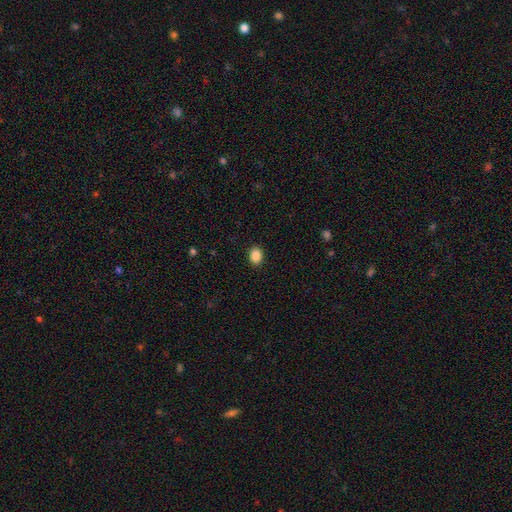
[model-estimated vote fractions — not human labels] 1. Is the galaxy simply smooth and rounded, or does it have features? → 88% smooth, 9% star or artifact, 3% featured or disk.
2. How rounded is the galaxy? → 65% in between, 34% round, 1% cigar-shaped.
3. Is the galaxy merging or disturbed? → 90% none, 7% minor disturbance, 2% major disturbance, 1% merger.